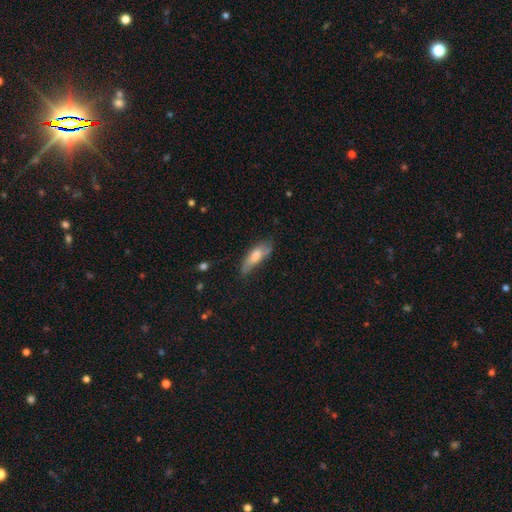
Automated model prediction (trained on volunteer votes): The model was most divided on "how rounded": in between: 57%, cigar-shaped: 40%, round: 2%. More confident: merging — none (63%); smooth or featured — smooth (62%).